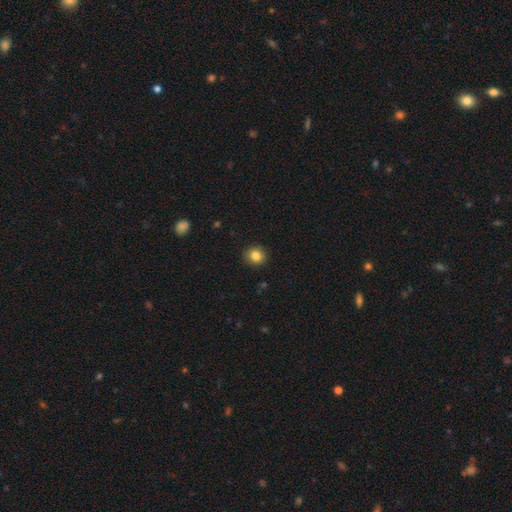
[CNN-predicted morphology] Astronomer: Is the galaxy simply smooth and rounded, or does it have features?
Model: smooth — 84%.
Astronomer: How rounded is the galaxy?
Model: round — 85%.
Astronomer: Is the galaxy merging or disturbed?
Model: none — 91%.